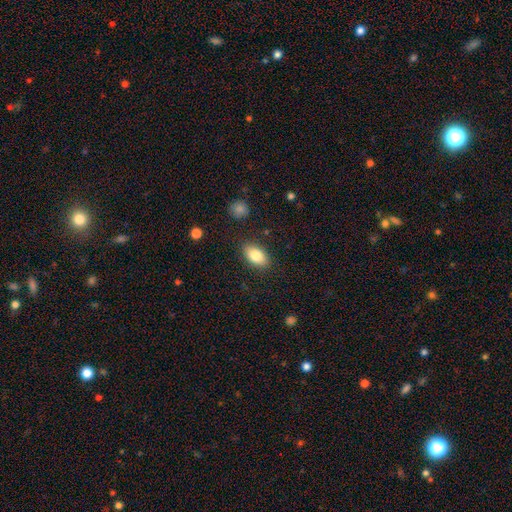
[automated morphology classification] Smooth or featured? Predicted: smooth (p=0.82). How rounded? Predicted: in between (p=0.91). Merging? Predicted: none (p=0.85).